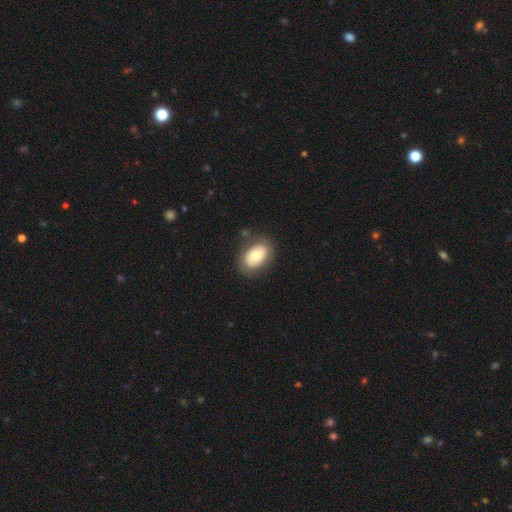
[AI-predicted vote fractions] Smooth or featured? Predicted: smooth (p=0.67). How rounded? Predicted: in between (p=0.84). Merging? Predicted: none (p=0.80).